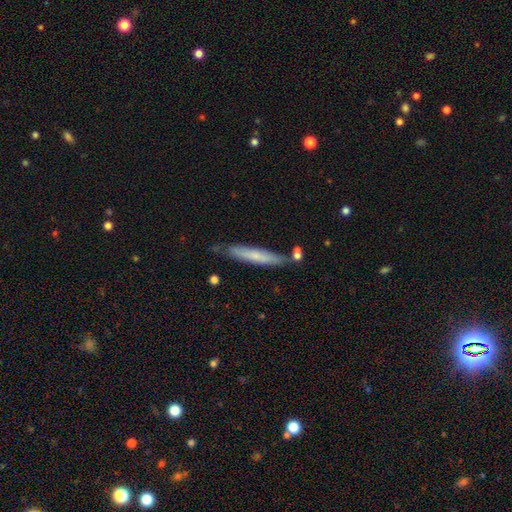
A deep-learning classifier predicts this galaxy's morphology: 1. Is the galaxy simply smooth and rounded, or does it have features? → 60% smooth, 34% featured or disk, 6% star or artifact.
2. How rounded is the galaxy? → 93% cigar-shaped, 6% in between, 1% round.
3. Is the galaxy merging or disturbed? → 74% none, 16% minor disturbance, 6% merger, 3% major disturbance.